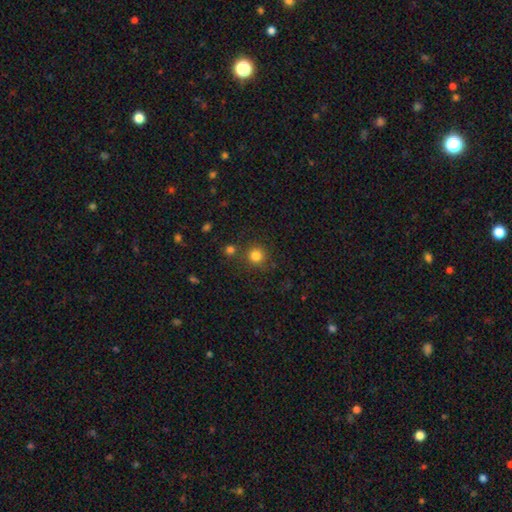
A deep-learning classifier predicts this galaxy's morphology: Smooth or featured? Predicted: smooth (p=0.81). How rounded? Predicted: round (p=0.93). Merging? Predicted: none (p=0.80).